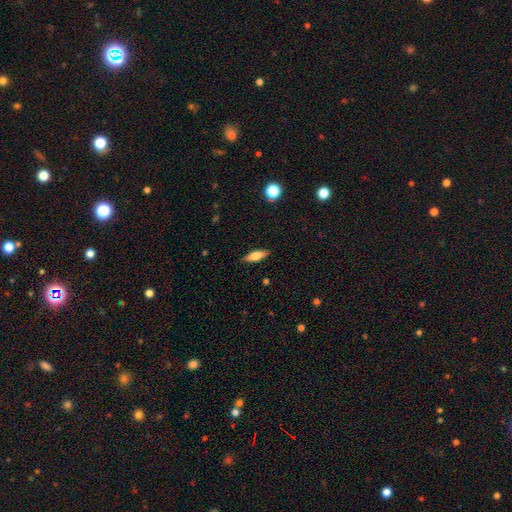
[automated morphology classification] Overall: smooth (69%). How rounded: in between (58%; cigar-shaped 40%). Merging: none (86%).